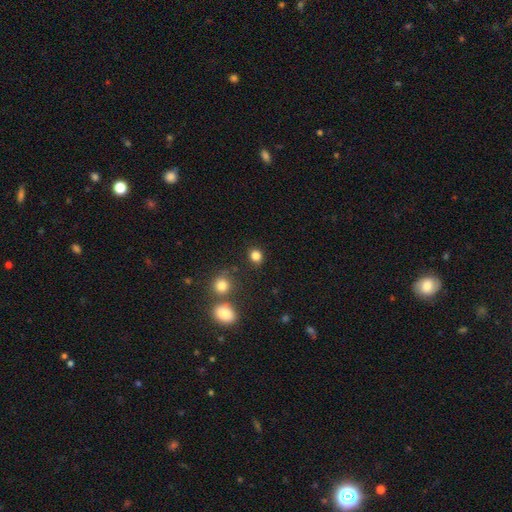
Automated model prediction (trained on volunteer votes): smooth-or-featured: smooth: 83% | star or artifact: 13% | featured or disk: 4%
  how-rounded: round: 71% | in between: 28% | cigar-shaped: 1%
  merging: none: 82% | minor disturbance: 9% | merger: 5% | major disturbance: 3%